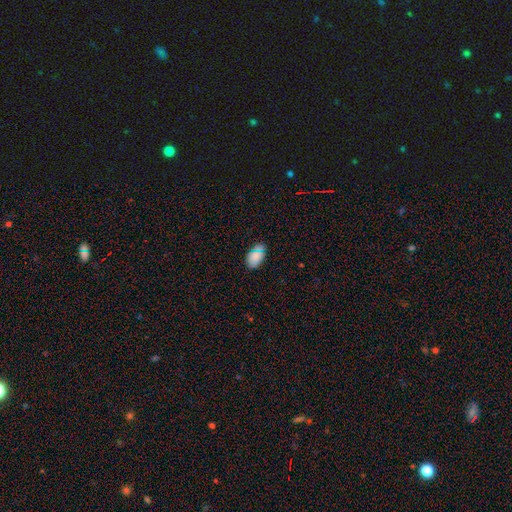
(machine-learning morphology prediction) Smooth or featured? Predicted: smooth (p=0.80). How rounded? Predicted: in between (p=0.92). Merging? Predicted: none (p=0.81).